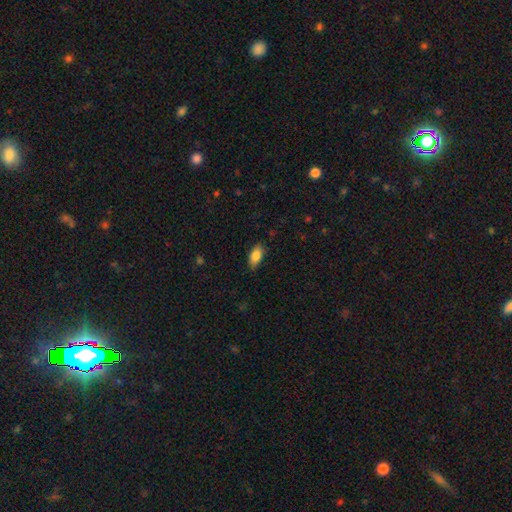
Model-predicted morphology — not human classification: Smooth or featured: smooth — 84% (featured or disk — 8%)
How rounded: in between — 89% (cigar-shaped — 8%)
Merging: none — 82% (minor disturbance — 15%)